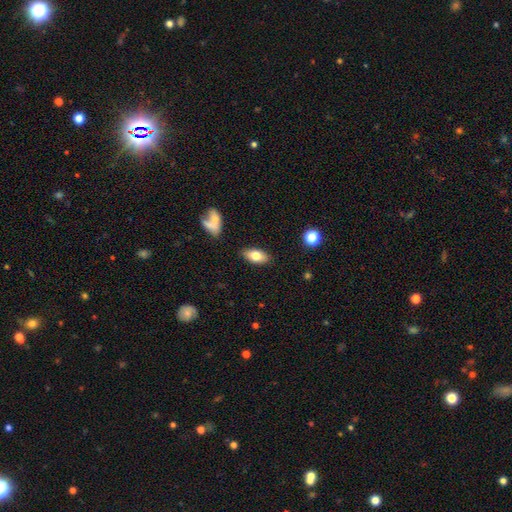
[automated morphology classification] Q: Smooth or featured?
A: smooth (76%); runner-up: featured or disk (17%)
Q: How rounded?
A: in between (89%); runner-up: cigar-shaped (7%)
Q: Merging?
A: none (85%); runner-up: minor disturbance (10%)